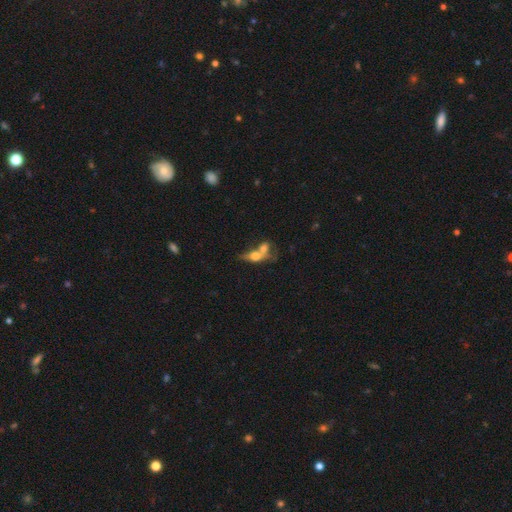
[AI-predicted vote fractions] Smooth or featured: smooth — 54% (featured or disk — 35%)
How rounded: in between — 61% (round — 25%)
Merging: merger — 67% (none — 17%)